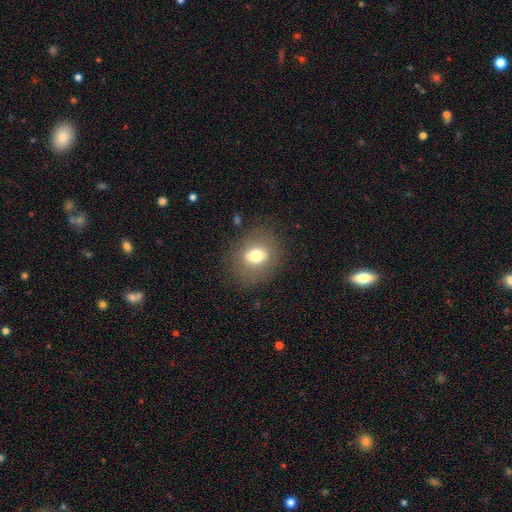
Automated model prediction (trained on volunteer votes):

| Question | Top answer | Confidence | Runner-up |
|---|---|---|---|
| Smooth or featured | smooth | 69% | featured or disk (20%) |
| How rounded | round | 50% | in between (49%) |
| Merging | none | 79% | minor disturbance (13%) |